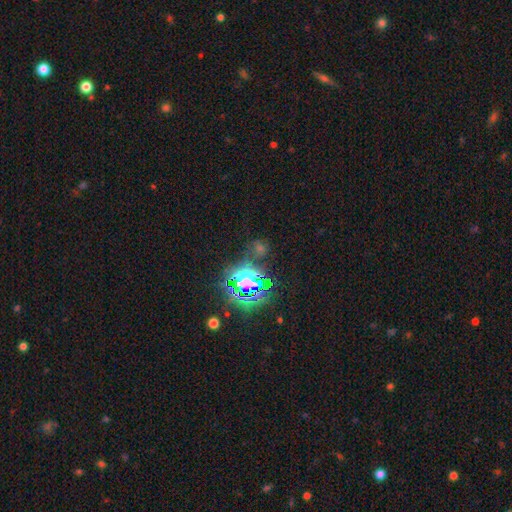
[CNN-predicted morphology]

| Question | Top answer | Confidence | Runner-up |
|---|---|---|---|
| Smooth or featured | star or artifact | 81% | smooth (13%) |